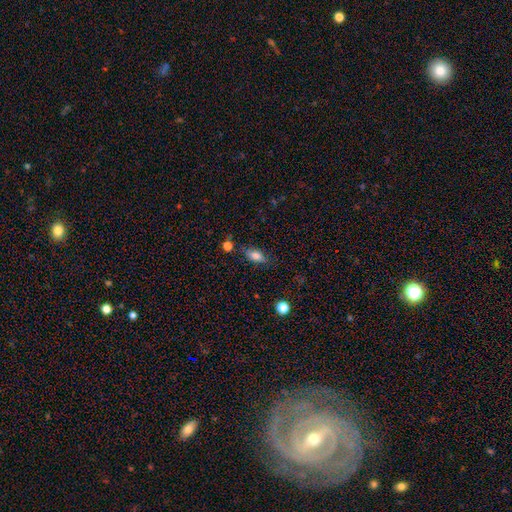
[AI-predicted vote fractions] A smooth galaxy with no disk features (79%) that is in between round and cigar-shaped (84%).

Vote fractions:
- Smooth or featured? smooth: 79% / featured or disk: 12% / star or artifact: 10%
- How rounded? in between: 84% / cigar-shaped: 9% / round: 7%
- Merging? none: 74% / minor disturbance: 18% / major disturbance: 4% / merger: 4%